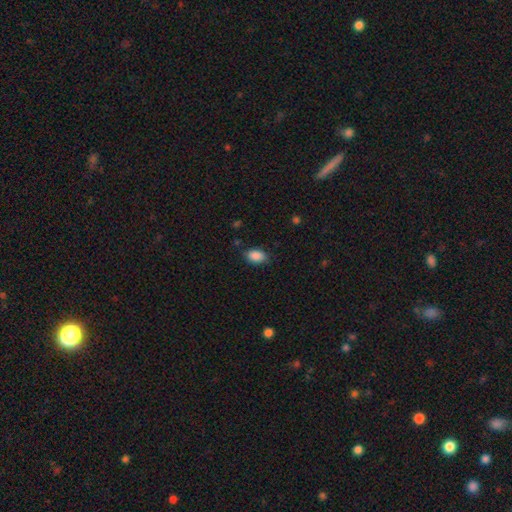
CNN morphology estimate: Q: Smooth or featured?
A: smooth (88%); runner-up: star or artifact (8%)
Q: How rounded?
A: in between (87%); runner-up: round (12%)
Q: Merging?
A: none (82%); runner-up: minor disturbance (13%)